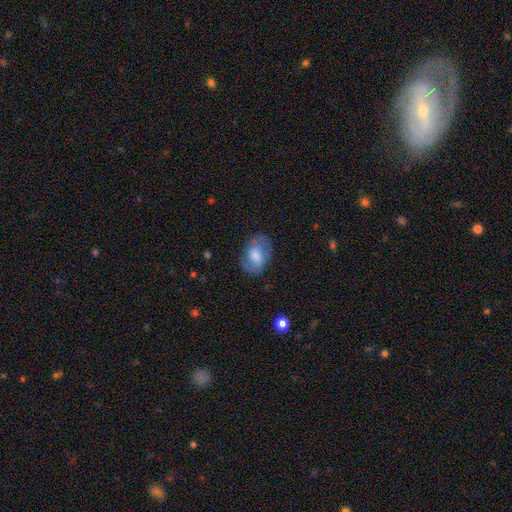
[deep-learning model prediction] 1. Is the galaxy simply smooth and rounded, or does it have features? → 50% smooth, 43% featured or disk, 7% star or artifact.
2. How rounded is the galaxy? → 81% in between, 18% round, 1% cigar-shaped.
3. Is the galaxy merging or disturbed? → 70% none, 20% minor disturbance, 9% major disturbance, 1% merger.